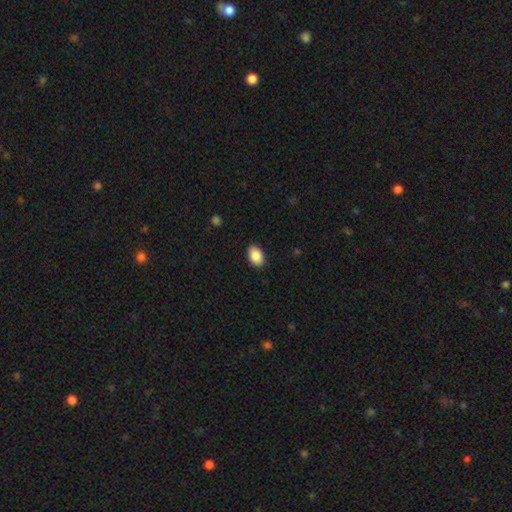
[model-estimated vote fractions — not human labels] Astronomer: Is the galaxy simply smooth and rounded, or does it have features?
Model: smooth — 89%.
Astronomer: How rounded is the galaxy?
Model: in between — 86%.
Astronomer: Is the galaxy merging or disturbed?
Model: none — 88%.